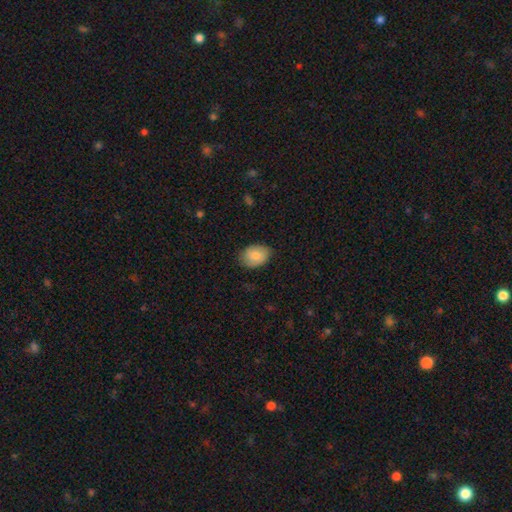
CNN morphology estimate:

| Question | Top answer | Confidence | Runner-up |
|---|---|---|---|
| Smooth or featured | smooth | 82% | featured or disk (11%) |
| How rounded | in between | 75% | round (24%) |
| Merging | none | 81% | minor disturbance (15%) |